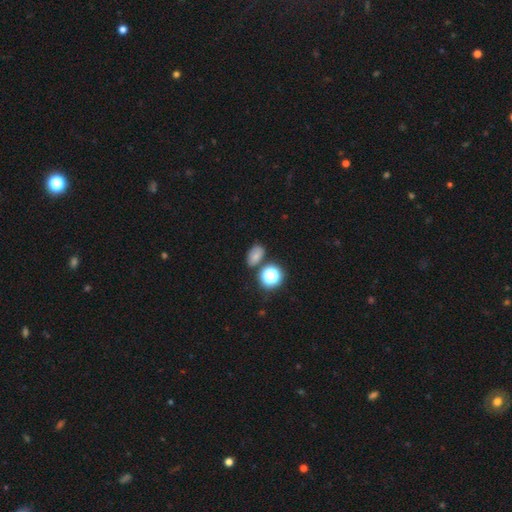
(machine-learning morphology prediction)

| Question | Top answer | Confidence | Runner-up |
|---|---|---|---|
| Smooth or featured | smooth | 67% | star or artifact (21%) |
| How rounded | in between | 74% | round (24%) |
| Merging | none | 71% | minor disturbance (15%) |